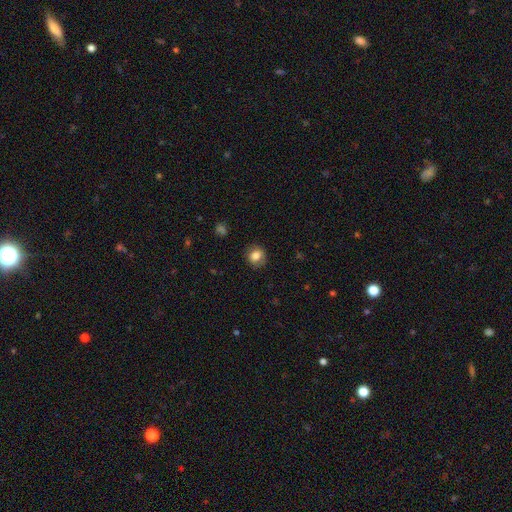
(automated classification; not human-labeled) smooth_or_featured: smooth (p=0.80) [alt: featured or disk p=0.10]
how_rounded: round (p=0.79) [alt: in between p=0.20]
merging: none (p=0.86) [alt: minor disturbance p=0.10]